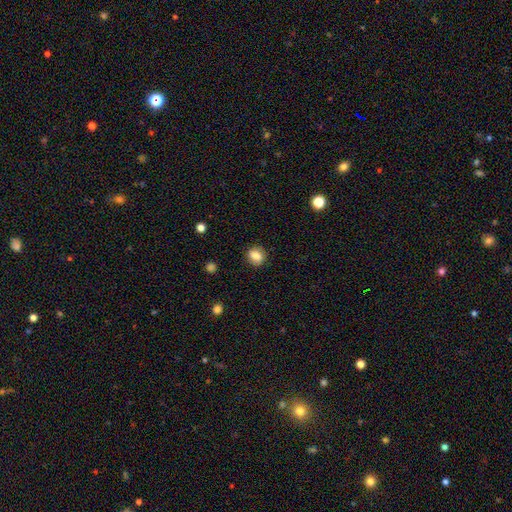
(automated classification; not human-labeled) A smooth galaxy with no disk features (83%) that is round (66%).

Vote fractions:
- Smooth or featured? smooth: 83% / star or artifact: 9% / featured or disk: 8%
- How rounded? round: 66% / in between: 33% / cigar-shaped: 1%
- Merging? none: 85% / minor disturbance: 11% / major disturbance: 3% / merger: 1%